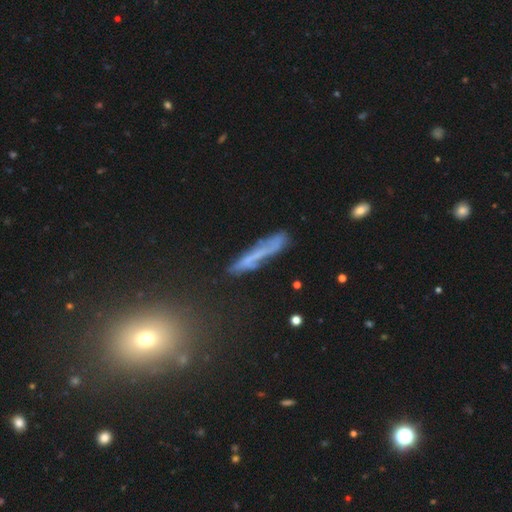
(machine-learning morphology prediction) The model was most divided on "smooth or featured" (2-way tie): smooth: 44%, featured or disk: 44%, star or artifact: 12%. More confident: merging — none (67%).